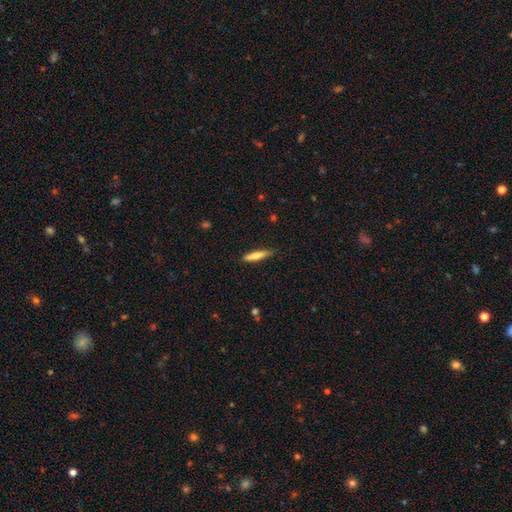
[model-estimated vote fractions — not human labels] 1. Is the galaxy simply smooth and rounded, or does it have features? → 67% smooth, 27% featured or disk, 6% star or artifact.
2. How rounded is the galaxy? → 87% cigar-shaped, 12% in between, 1% round.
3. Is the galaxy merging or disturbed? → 84% none, 13% minor disturbance, 2% major disturbance, 1% merger.